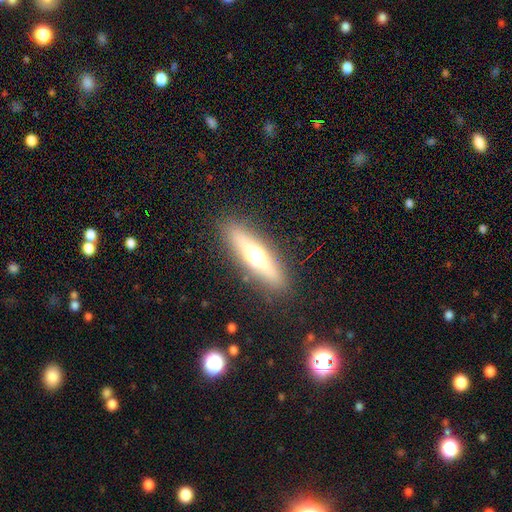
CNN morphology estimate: Overall: featured or disk (50%; smooth 41%). Merging: none (88%).